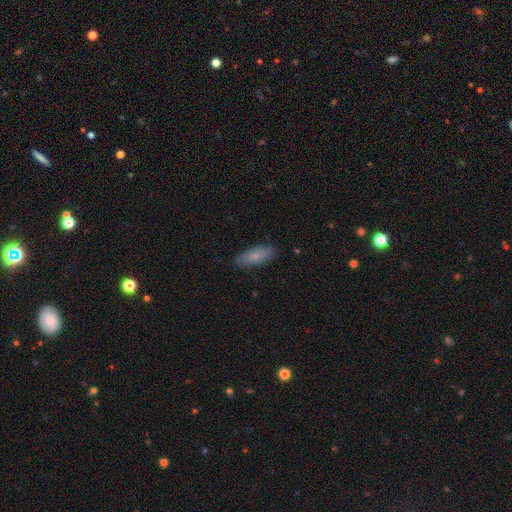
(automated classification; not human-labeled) Smooth or featured? Predicted: smooth (p=0.78). How rounded? Predicted: in between (p=0.72). Merging? Predicted: none (p=0.84).